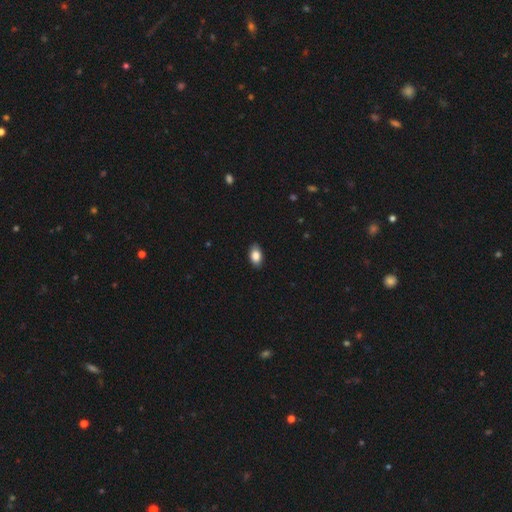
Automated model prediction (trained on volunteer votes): A smooth galaxy with no disk features (86%) that is in between round and cigar-shaped (92%).

Vote fractions:
- Smooth or featured? smooth: 86% / star or artifact: 7% / featured or disk: 7%
- How rounded? in between: 92% / round: 6% / cigar-shaped: 2%
- Merging? none: 88% / minor disturbance: 9% / major disturbance: 2% / merger: 1%